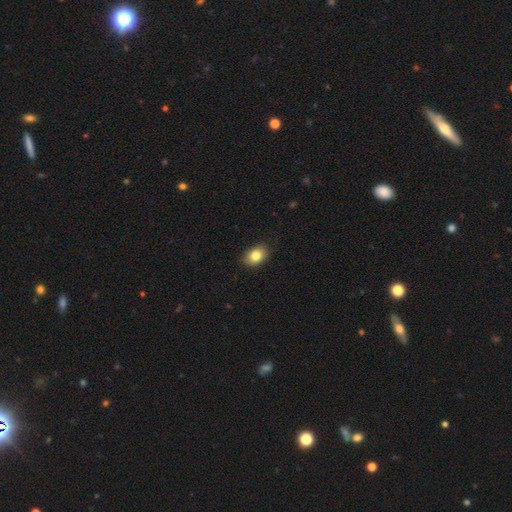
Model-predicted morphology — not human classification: Smooth or featured? Predicted: smooth (p=0.84). How rounded? Predicted: in between (p=0.74). Merging? Predicted: none (p=0.84).